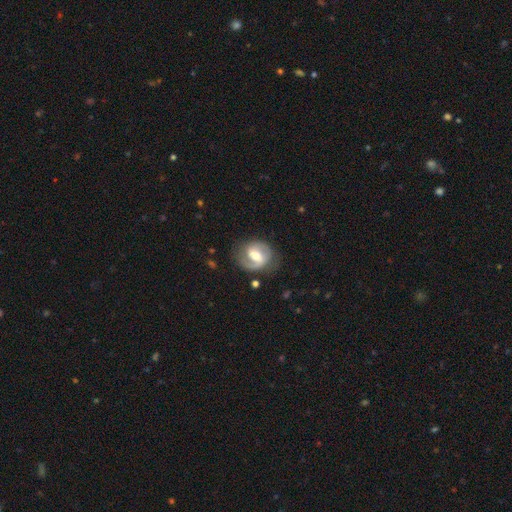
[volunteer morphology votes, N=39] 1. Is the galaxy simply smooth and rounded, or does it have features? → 92% featured or disk, 5% smooth, 3% star or artifact.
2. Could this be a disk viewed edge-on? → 94% no, 6% yes.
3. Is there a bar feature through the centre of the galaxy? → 53% weak, 35% strong, 12% no.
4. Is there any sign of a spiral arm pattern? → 97% yes, 3% no.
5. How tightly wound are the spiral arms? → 58% medium, 24% loose, 18% tight.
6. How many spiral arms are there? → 52% 2, 27% 1, 15% can't tell, 3% 3, 3% 4, 0% more than 4.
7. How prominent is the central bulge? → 56% moderate, 26% small, 9% large, 6% dominant, 3% none.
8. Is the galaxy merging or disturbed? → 82% none, 13% minor disturbance, 5% major disturbance, 0% merger.